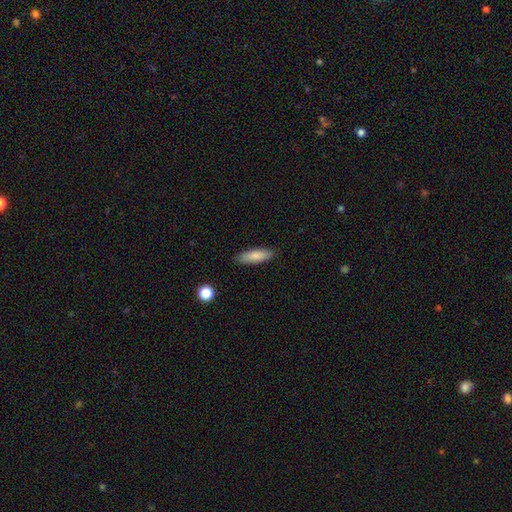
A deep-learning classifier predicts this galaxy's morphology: Q: Smooth or featured?
A: smooth (84%); runner-up: featured or disk (10%)
Q: How rounded?
A: cigar-shaped (53%); runner-up: in between (46%)
Q: Merging?
A: none (86%); runner-up: minor disturbance (11%)